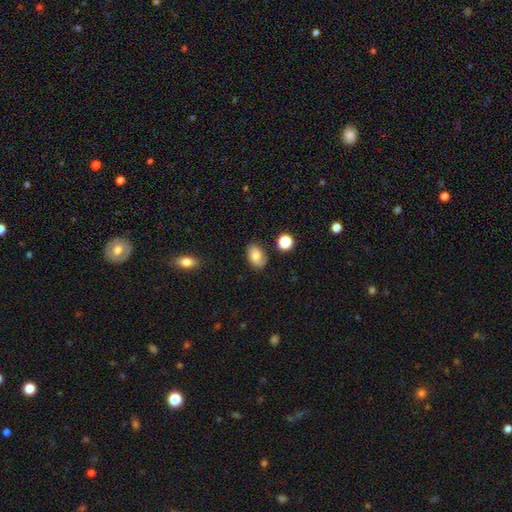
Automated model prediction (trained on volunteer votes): A smooth galaxy with no disk features (72%) that is in between round and cigar-shaped (82%).

Vote fractions:
- Smooth or featured? smooth: 72% / featured or disk: 18% / star or artifact: 10%
- How rounded? in between: 82% / round: 16% / cigar-shaped: 1%
- Merging? none: 77% / minor disturbance: 17% / major disturbance: 4% / merger: 2%